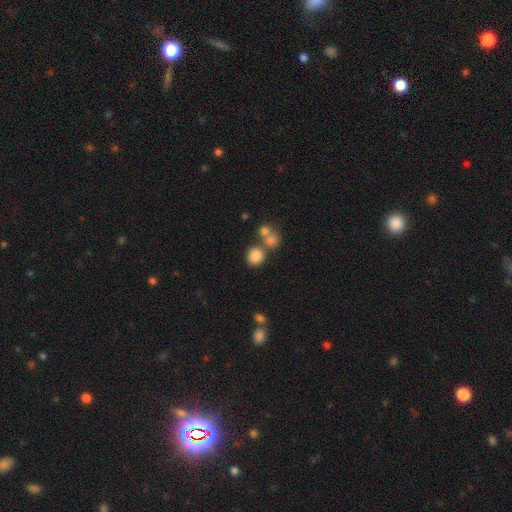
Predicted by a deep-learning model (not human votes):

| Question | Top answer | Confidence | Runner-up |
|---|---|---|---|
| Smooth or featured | smooth | 82% | star or artifact (12%) |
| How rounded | round | 84% | in between (15%) |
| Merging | none | 60% | merger (27%) |